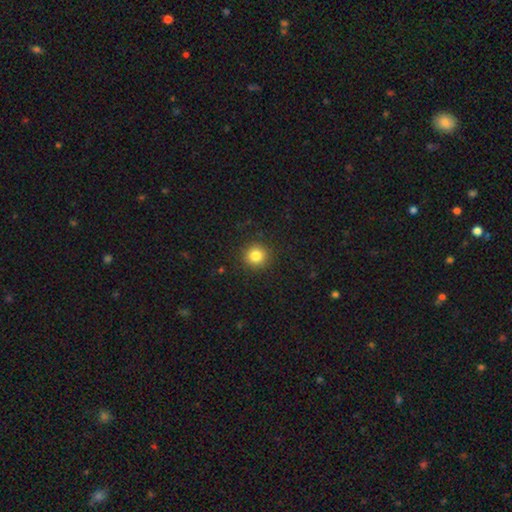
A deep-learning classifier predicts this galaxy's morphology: This appears to be a smooth galaxy with no disk features (83%) that is round (93%). Merging: none (91%).